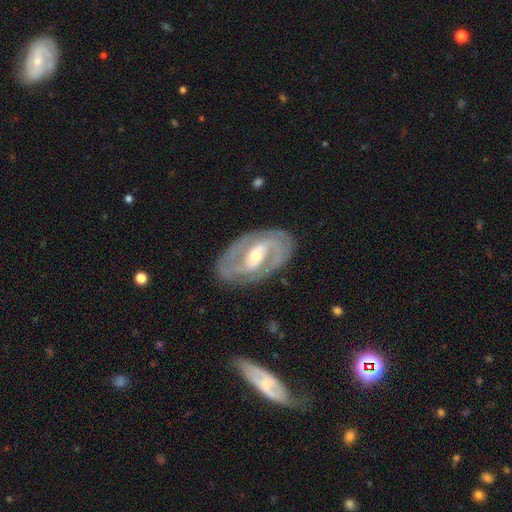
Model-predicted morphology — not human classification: featured or disk 88%, smooth 7%, star or artifact 4%. Down the decision tree: edge-on disk — no (96%); bar — weak (40%); spiral arms — yes (94%); spiral arm count — 2 (81%); spiral winding — tight (49%); bulge size — moderate (52%); merging — none (83%).